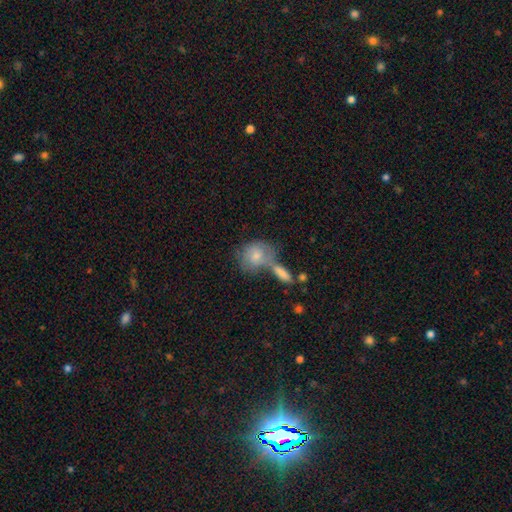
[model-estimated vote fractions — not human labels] Smooth or featured?
  - smooth: 66% *
  - featured or disk: 27%
  - star or artifact: 7%
How rounded?
  - round: 51% *
  - in between: 46%
  - cigar-shaped: 3%
Merging?
  - merger: 43% *
  - none: 33%
  - minor disturbance: 15%
  - major disturbance: 9%